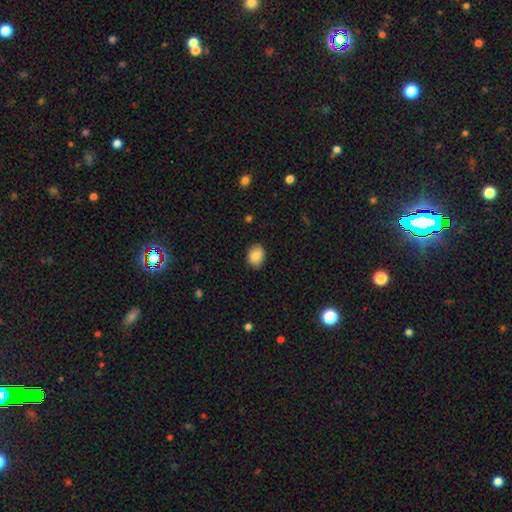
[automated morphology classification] This appears to be a smooth galaxy with no disk features (83%) that is in between round and cigar-shaped (53%). Merging: none (88%).